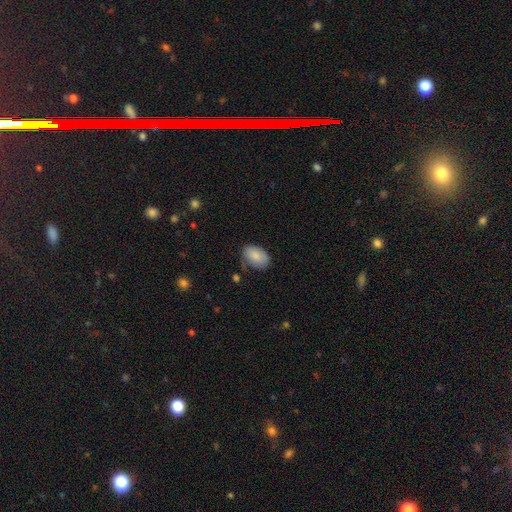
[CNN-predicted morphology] Overall: smooth (84%). How rounded: in between (89%). Merging: none (66%).